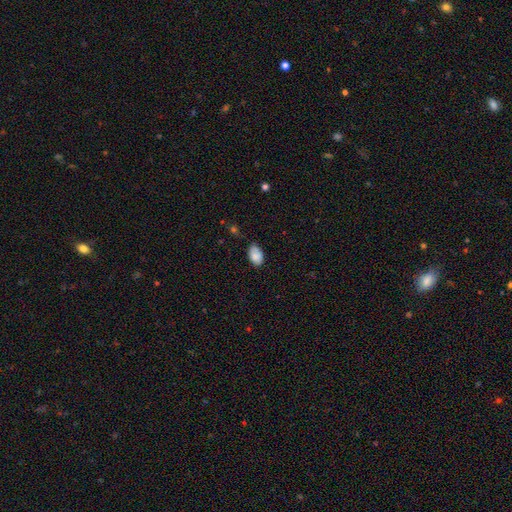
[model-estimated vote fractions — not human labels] smooth_or_featured: smooth (p=0.85) [alt: star or artifact p=0.07]
how_rounded: in between (p=0.91) [alt: round p=0.08]
merging: none (p=0.65) [alt: minor disturbance p=0.29]